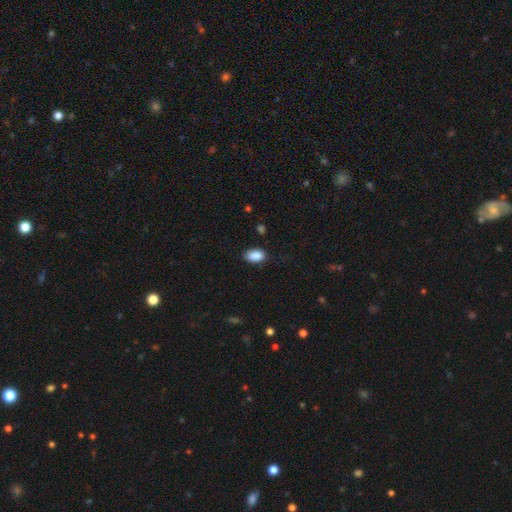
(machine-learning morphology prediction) Overall: smooth (89%). How rounded: in between (91%). Merging: none (79%).